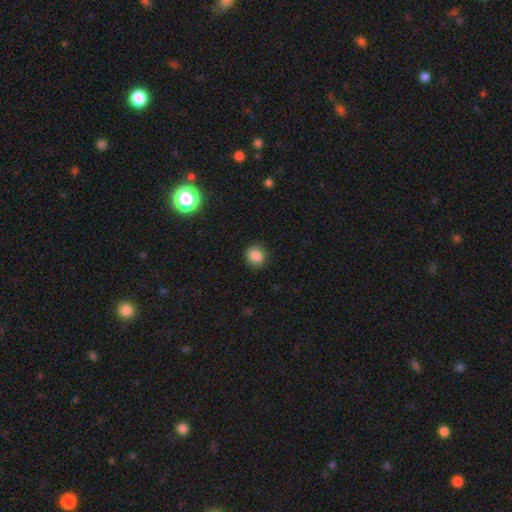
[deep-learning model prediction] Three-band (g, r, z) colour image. It shows a smooth galaxy with no disk features (85%) that is round (78%). Merging: none (88%).